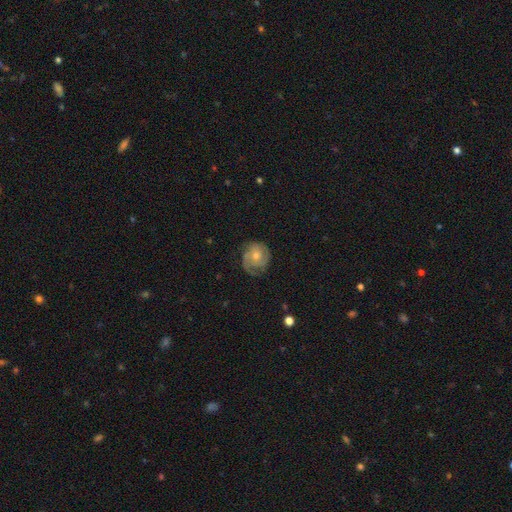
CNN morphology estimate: Overall: featured or disk (63%; smooth 30%). Edge-on disk: no (97%). Bar: no (79%). Spiral arms: yes (85%). Spiral arm count: 2 (35%; can't tell 29%). Spiral winding: tight (54%; medium 33%). Bulge size: small (48%; moderate 46%). Merging: none (63%; minor disturbance 24%).